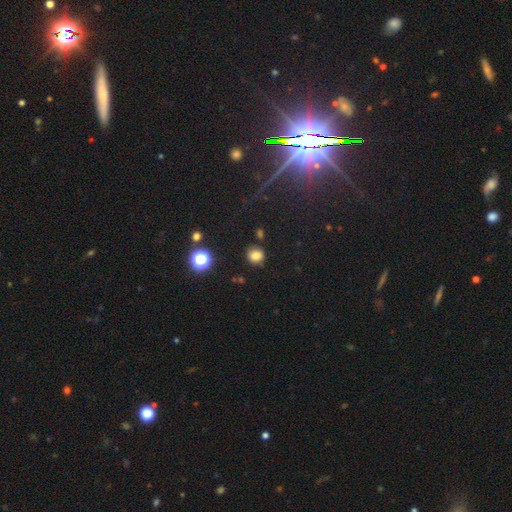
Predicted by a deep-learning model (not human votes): A smooth galaxy with no disk features (80%) that is round (83%).

Vote fractions:
- Smooth or featured? smooth: 80% / star or artifact: 15% / featured or disk: 5%
- How rounded? round: 83% / in between: 16% / cigar-shaped: 1%
- Merging? none: 83% / minor disturbance: 11% / merger: 4% / major disturbance: 3%